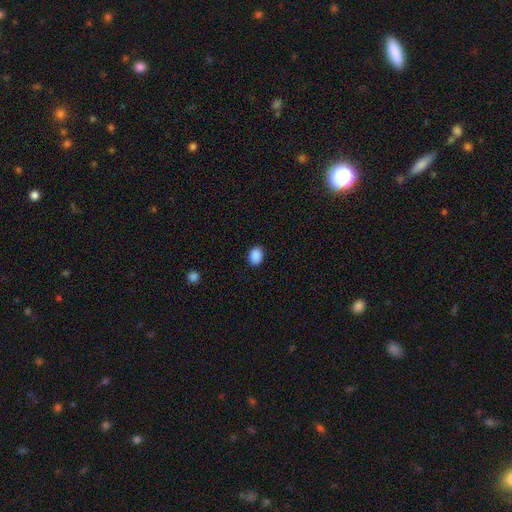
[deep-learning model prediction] Smooth or featured?
  - smooth: 90% *
  - star or artifact: 8%
  - featured or disk: 2%
How rounded?
  - in between: 58% *
  - round: 41%
  - cigar-shaped: 1%
Merging?
  - none: 90% *
  - minor disturbance: 7%
  - major disturbance: 2%
  - merger: 1%